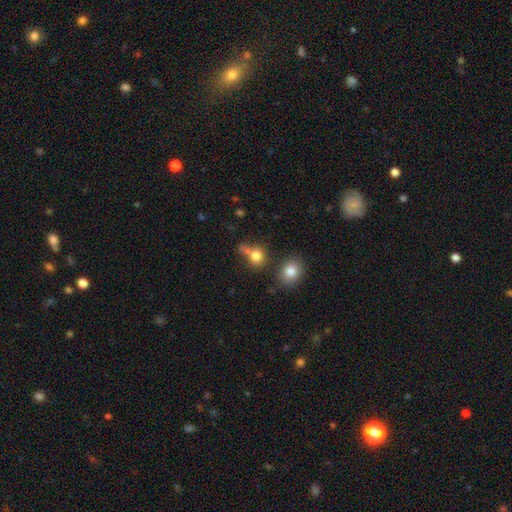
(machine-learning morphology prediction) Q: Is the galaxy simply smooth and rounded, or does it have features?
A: smooth — 80%.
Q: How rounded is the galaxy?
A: round — 79%.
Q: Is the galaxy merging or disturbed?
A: none — 53%.